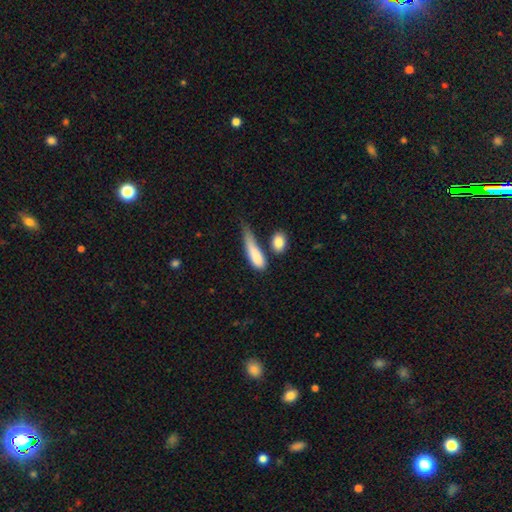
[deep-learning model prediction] smooth_or_featured: smooth (p=0.80) [alt: featured or disk p=0.13]
how_rounded: in between (p=0.48) [alt: cigar-shaped p=0.47]
merging: none (p=0.32) [alt: minor disturbance p=0.31]